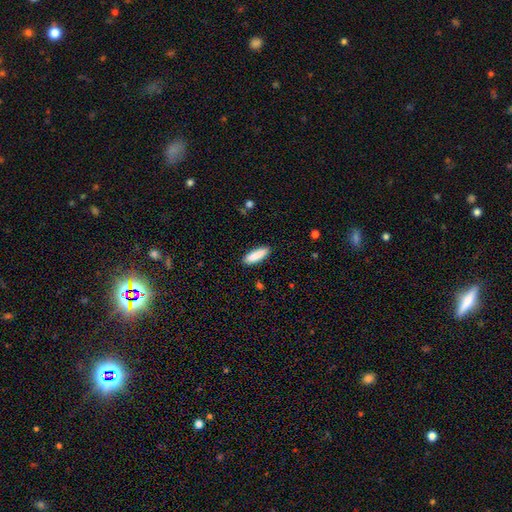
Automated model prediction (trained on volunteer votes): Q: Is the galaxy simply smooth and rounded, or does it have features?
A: smooth — 88%.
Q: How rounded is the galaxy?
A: cigar-shaped — 53%.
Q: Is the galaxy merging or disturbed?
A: none — 87%.